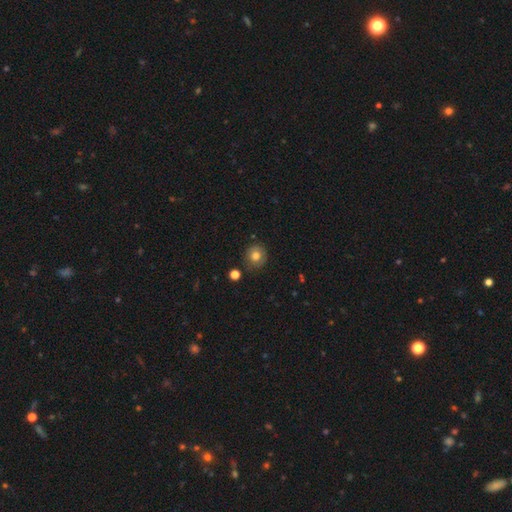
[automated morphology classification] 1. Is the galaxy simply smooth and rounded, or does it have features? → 75% smooth, 15% featured or disk, 10% star or artifact.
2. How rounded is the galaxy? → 88% round, 11% in between, 1% cigar-shaped.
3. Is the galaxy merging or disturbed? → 82% none, 12% minor disturbance, 3% major disturbance, 3% merger.